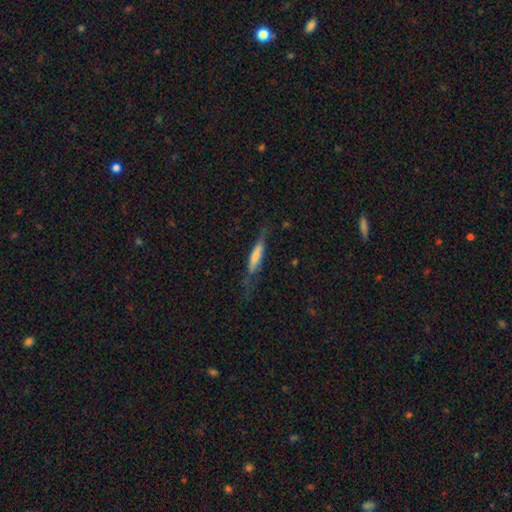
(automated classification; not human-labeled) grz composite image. It shows a featured or disk galaxy (49%). Merging: none (63%).